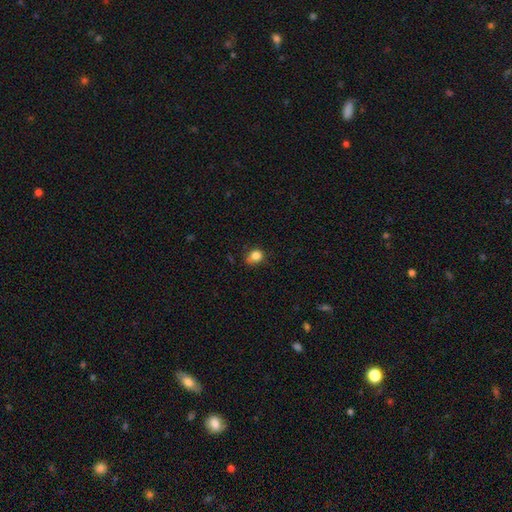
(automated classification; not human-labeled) smooth 83%, star or artifact 11%, featured or disk 6%. Down the decision tree: how rounded — round (64%); merging — none (63%).